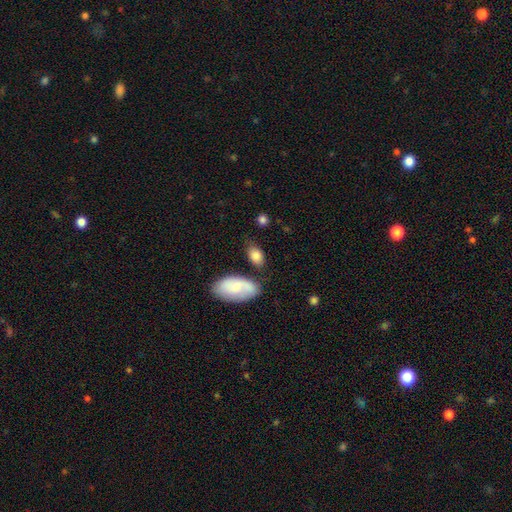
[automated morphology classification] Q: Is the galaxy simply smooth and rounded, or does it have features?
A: smooth — 82%.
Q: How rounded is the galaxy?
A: in between — 87%.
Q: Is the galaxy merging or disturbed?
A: none — 65%.